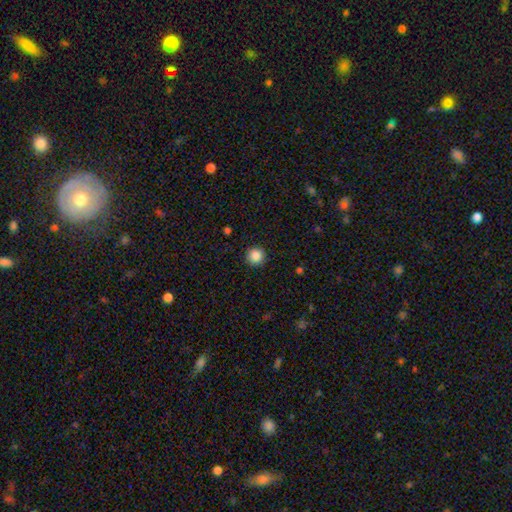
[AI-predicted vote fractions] Smooth or featured?
  - smooth: 87% *
  - star or artifact: 9%
  - featured or disk: 3%
How rounded?
  - round: 95% *
  - in between: 4%
  - cigar-shaped: 1%
Merging?
  - none: 91% *
  - minor disturbance: 6%
  - major disturbance: 2%
  - merger: 1%